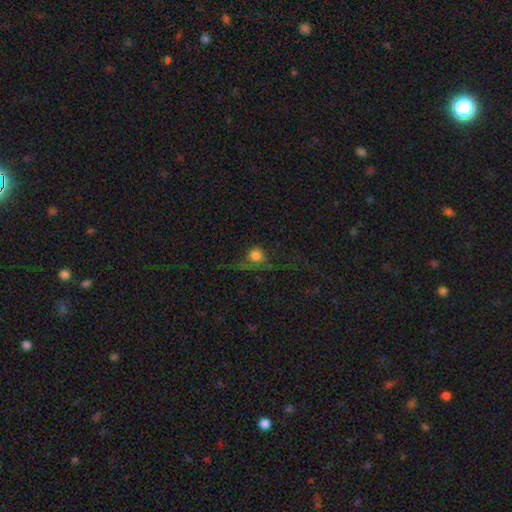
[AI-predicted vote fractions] Smooth or featured? smooth (70%)
How rounded? round (82%)
Merging? none (41%)